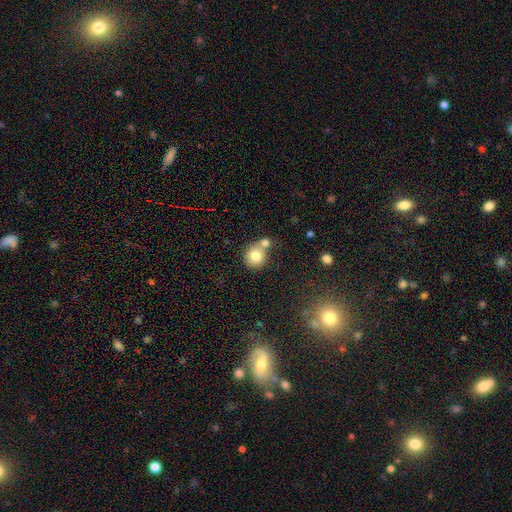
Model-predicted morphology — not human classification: Smooth or featured? Predicted: smooth (p=0.79). How rounded? Predicted: round (p=0.84). Merging? Predicted: none (p=0.43).